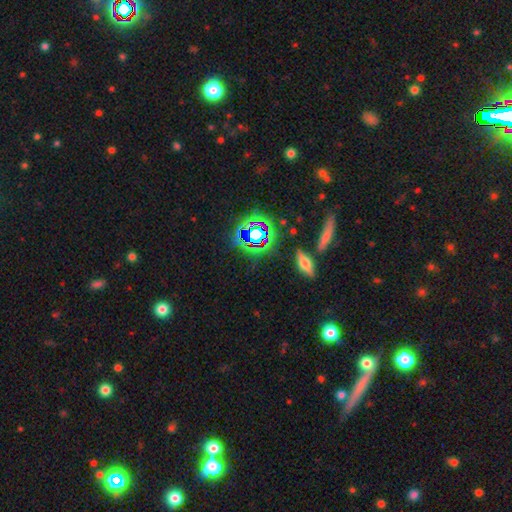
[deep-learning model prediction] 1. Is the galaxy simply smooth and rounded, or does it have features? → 61% star or artifact, 24% smooth, 15% featured or disk.